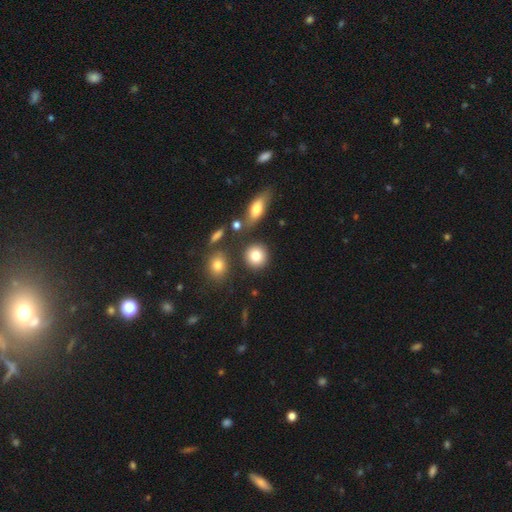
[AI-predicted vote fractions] Morphology: type=smooth (82%); roundness=round (87%); merging=none (83%).